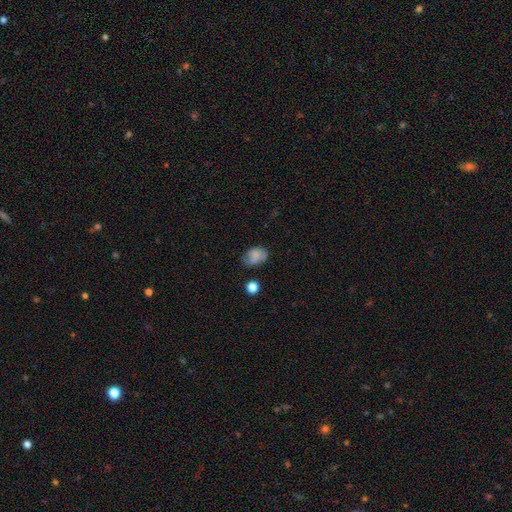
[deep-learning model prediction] A smooth galaxy with no disk features (73%) that is in between round and cigar-shaped (69%). Merging: none (55%).